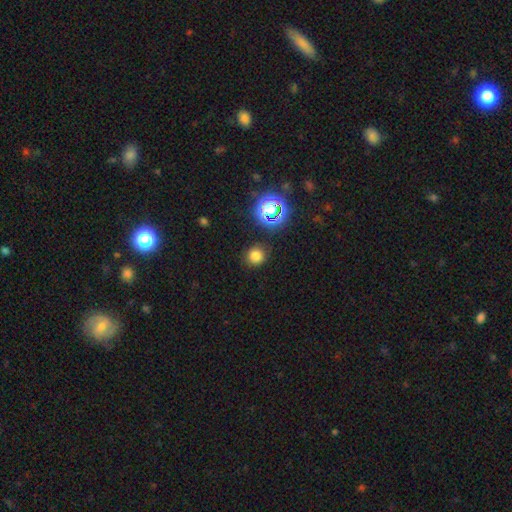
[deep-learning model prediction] smooth-or-featured: smooth: 74% | star or artifact: 20% | featured or disk: 6%
  how-rounded: round: 90% | in between: 9% | cigar-shaped: 1%
  merging: none: 87% | minor disturbance: 8% | major disturbance: 3% | merger: 2%